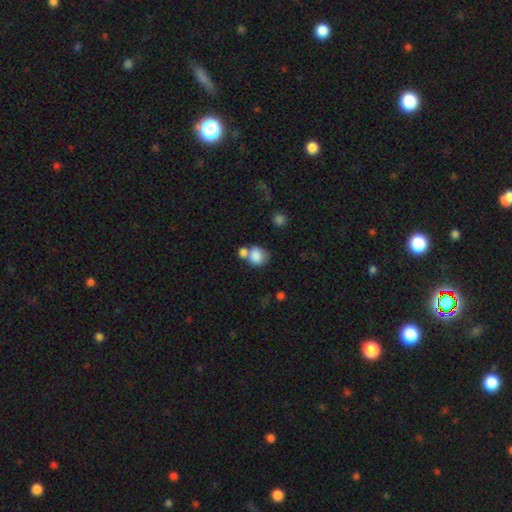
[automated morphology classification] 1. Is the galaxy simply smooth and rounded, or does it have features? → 83% smooth, 9% star or artifact, 8% featured or disk.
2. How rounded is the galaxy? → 74% round, 25% in between, 1% cigar-shaped.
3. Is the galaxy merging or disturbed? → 44% merger, 39% none, 11% minor disturbance, 5% major disturbance.